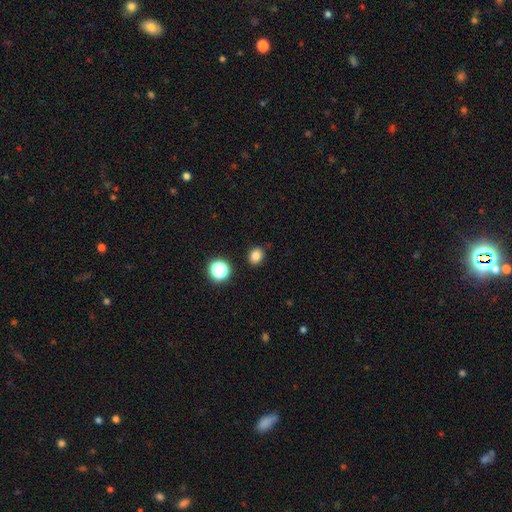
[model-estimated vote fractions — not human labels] smooth_or_featured: smooth (p=0.80) [alt: star or artifact p=0.14]
how_rounded: round (p=0.62) [alt: in between p=0.38]
merging: none (p=0.89) [alt: minor disturbance p=0.07]